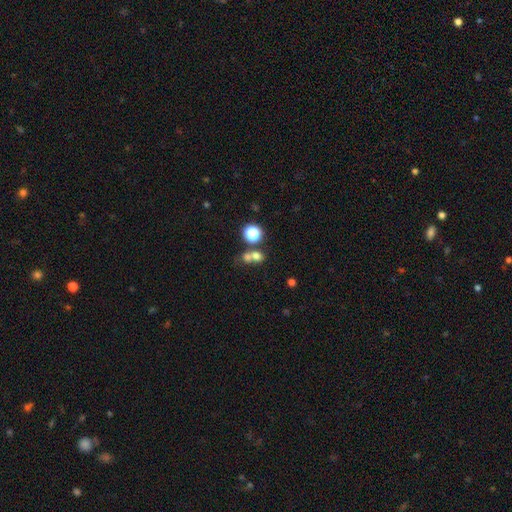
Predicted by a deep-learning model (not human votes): Smooth or featured? smooth (69%)
How rounded? round (69%)
Merging? merger (48%)